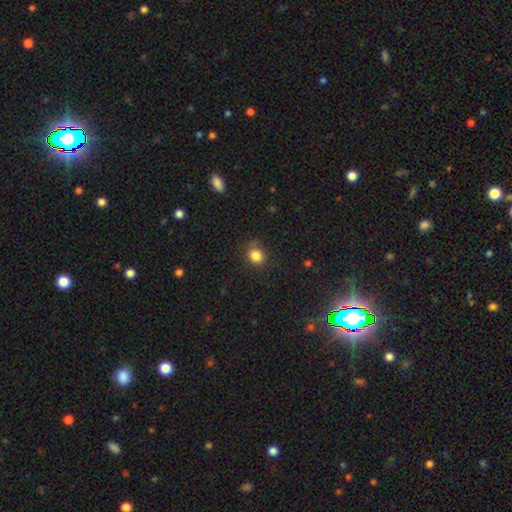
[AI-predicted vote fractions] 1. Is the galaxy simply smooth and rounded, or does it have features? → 83% smooth, 12% star or artifact, 5% featured or disk.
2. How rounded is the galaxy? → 74% round, 25% in between, 1% cigar-shaped.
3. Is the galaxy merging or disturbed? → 73% none, 19% minor disturbance, 6% major disturbance, 2% merger.